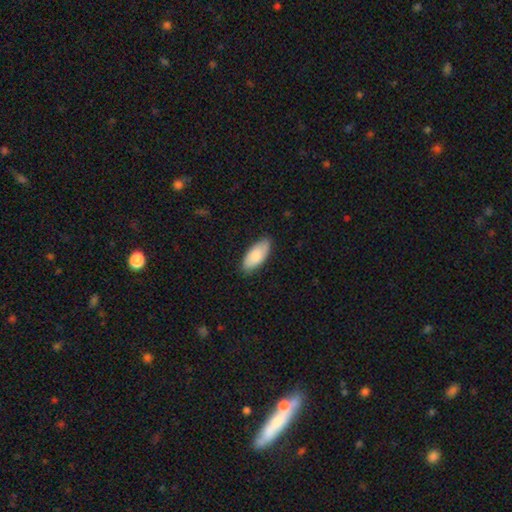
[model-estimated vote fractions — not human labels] This appears to be a smooth galaxy with no disk features (83%) that is in between round and cigar-shaped (88%). Merging: none (81%).